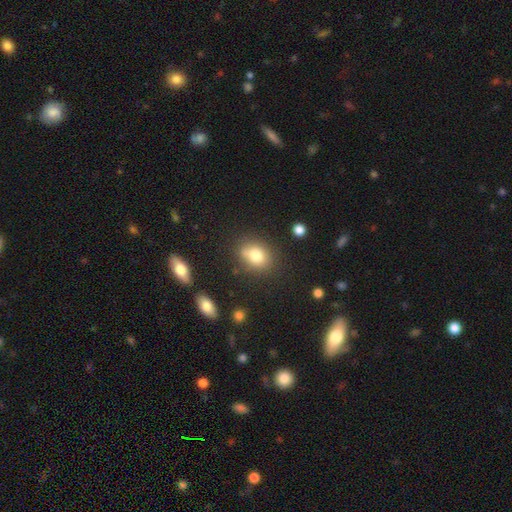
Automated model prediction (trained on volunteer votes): Smooth or featured? Predicted: smooth (p=0.78). How rounded? Predicted: round (p=0.50). Merging? Predicted: none (p=0.73).